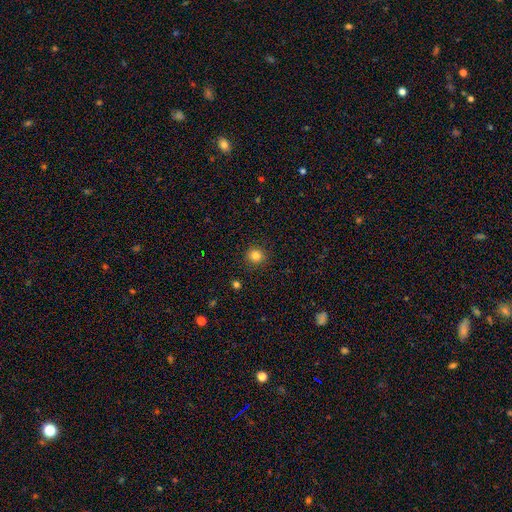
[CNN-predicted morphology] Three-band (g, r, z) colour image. It shows a smooth galaxy with no disk features (83%) that is round (91%). Merging: none (91%).